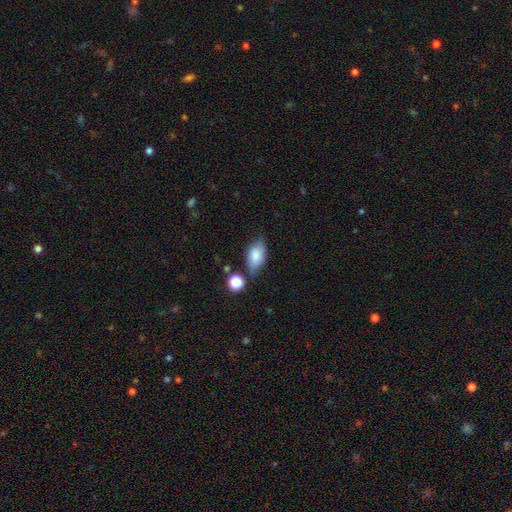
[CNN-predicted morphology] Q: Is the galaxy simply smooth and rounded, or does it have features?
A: smooth — 79%.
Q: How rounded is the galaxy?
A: in between — 89%.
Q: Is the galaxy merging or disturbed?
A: none — 65%.